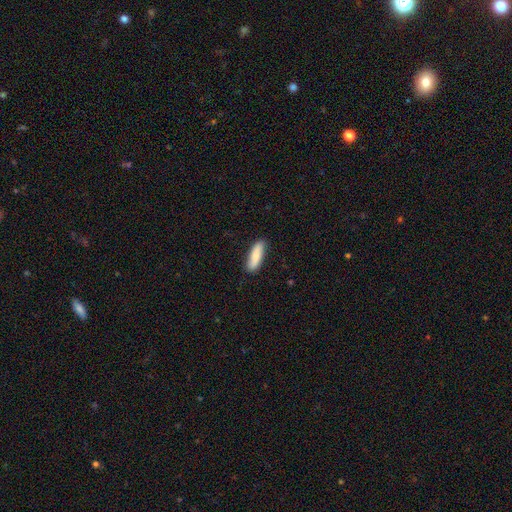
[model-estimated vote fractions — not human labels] A smooth galaxy with no disk features (81%) that is cigar-shaped (57%).

Vote fractions:
- Smooth or featured? smooth: 81% / featured or disk: 13% / star or artifact: 6%
- How rounded? cigar-shaped: 57% / in between: 41% / round: 2%
- Merging? none: 85% / minor disturbance: 12% / major disturbance: 2% / merger: 1%